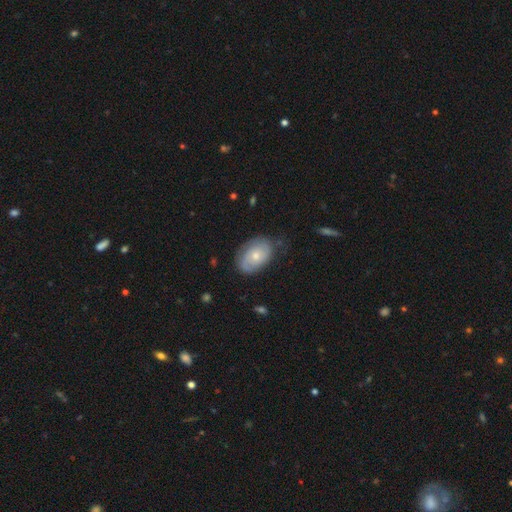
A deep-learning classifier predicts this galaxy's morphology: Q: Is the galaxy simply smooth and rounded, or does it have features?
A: featured or disk — 63%.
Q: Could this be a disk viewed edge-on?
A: no — 96%.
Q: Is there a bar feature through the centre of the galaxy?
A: no — 74%.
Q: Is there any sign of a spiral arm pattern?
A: yes — 86%.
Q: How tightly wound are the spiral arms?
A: tight — 54%.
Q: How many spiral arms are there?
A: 2 — 58%.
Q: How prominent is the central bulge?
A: moderate — 48%.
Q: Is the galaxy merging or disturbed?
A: none — 73%.